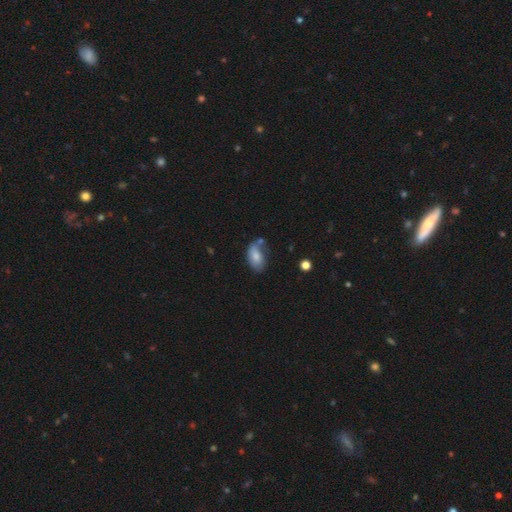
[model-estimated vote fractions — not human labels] The model was most divided on "merging": none: 49%, minor disturbance: 28%, merger: 14%, major disturbance: 10%. More confident: how rounded — in between (92%); smooth or featured — smooth (76%).